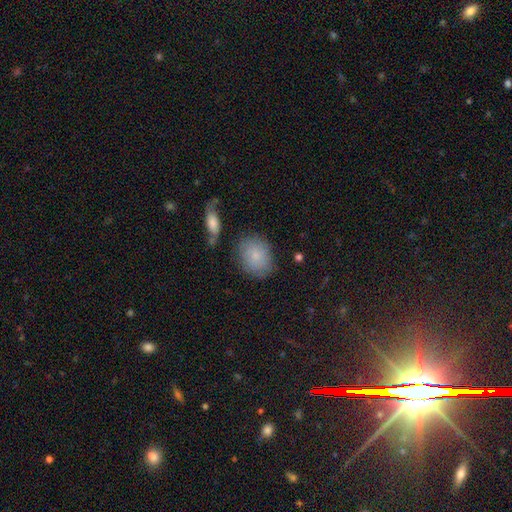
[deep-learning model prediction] Smooth or featured?
  - smooth: 81% *
  - featured or disk: 12%
  - star or artifact: 7%
How rounded?
  - in between: 52% *
  - round: 47%
  - cigar-shaped: 2%
Merging?
  - none: 76% *
  - minor disturbance: 16%
  - major disturbance: 4%
  - merger: 3%